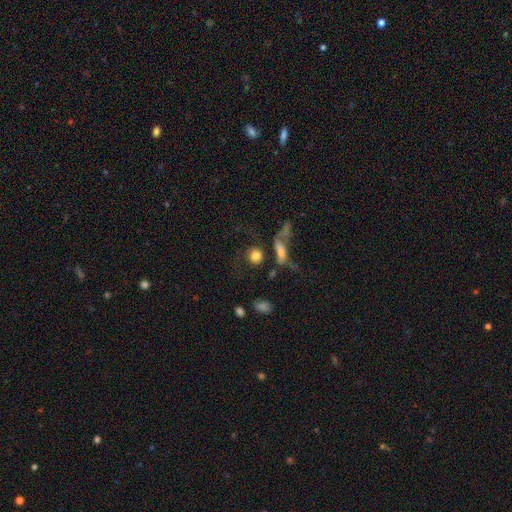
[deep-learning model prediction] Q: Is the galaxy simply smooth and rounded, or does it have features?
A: smooth — 75%.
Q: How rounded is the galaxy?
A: round — 81%.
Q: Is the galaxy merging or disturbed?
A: none — 47%.